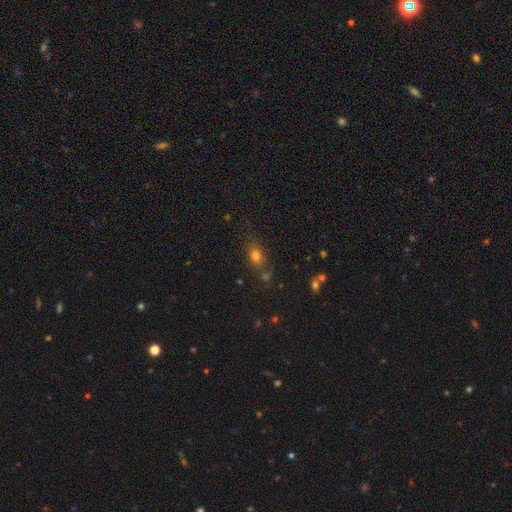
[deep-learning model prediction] Overall: smooth (71%). How rounded: in between (62%; round 33%). Merging: none (70%).